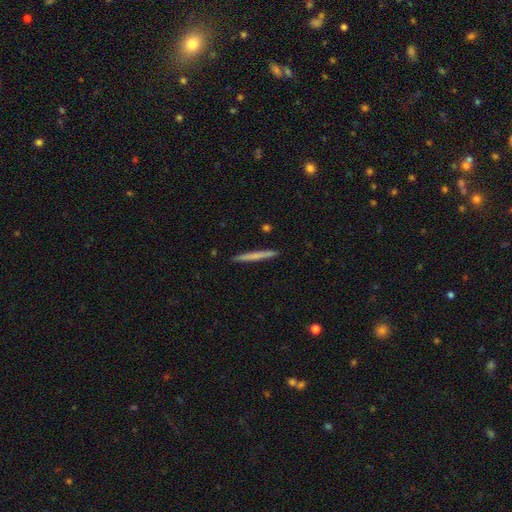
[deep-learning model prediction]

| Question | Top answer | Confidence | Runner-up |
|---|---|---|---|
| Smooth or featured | smooth | 60% | featured or disk (34%) |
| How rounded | cigar-shaped | 97% | in between (2%) |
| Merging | none | 92% | minor disturbance (5%) |